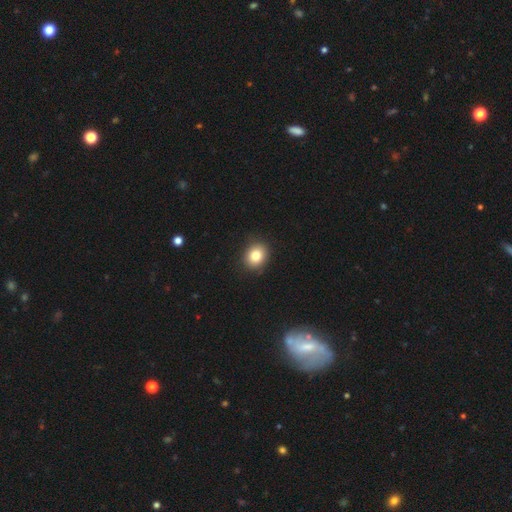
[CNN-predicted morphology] Q: Smooth or featured?
A: smooth (82%); runner-up: star or artifact (10%)
Q: How rounded?
A: round (65%); runner-up: in between (34%)
Q: Merging?
A: none (89%); runner-up: minor disturbance (8%)